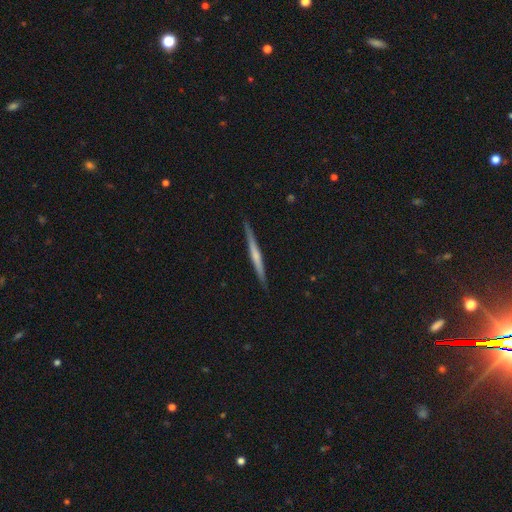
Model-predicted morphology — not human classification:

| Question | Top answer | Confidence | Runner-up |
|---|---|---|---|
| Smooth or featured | featured or disk | 59% | smooth (36%) |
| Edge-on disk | yes | 98% | no (2%) |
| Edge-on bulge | none | 53% | rounded (38%) |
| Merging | none | 90% | minor disturbance (7%) |